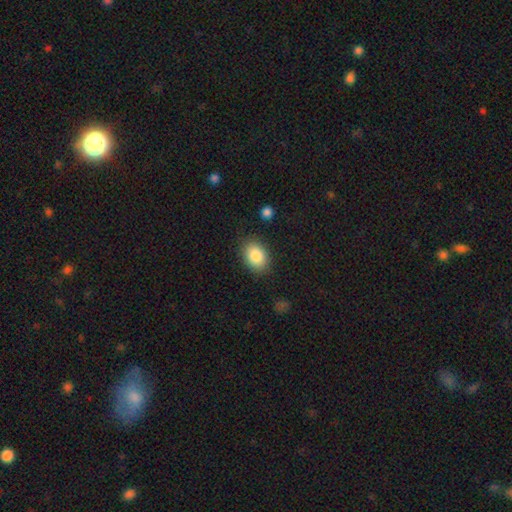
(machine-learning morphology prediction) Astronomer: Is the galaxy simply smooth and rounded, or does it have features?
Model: smooth — 86%.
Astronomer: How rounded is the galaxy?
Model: in between — 76%.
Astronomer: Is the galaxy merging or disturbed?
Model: none — 85%.